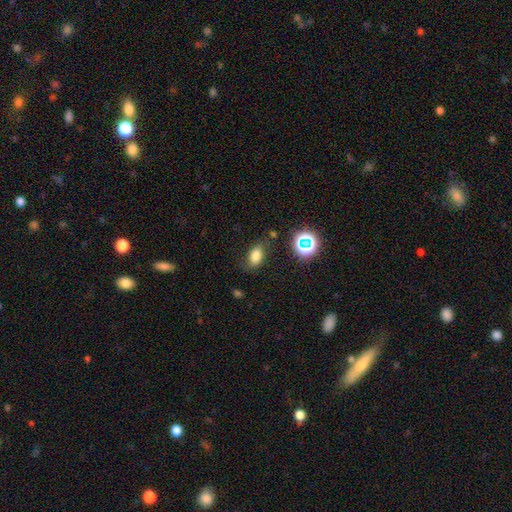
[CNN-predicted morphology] smooth-or-featured: smooth: 75% | star or artifact: 16% | featured or disk: 10%
  how-rounded: in between: 85% | round: 13% | cigar-shaped: 2%
  merging: none: 75% | minor disturbance: 17% | major disturbance: 5% | merger: 3%